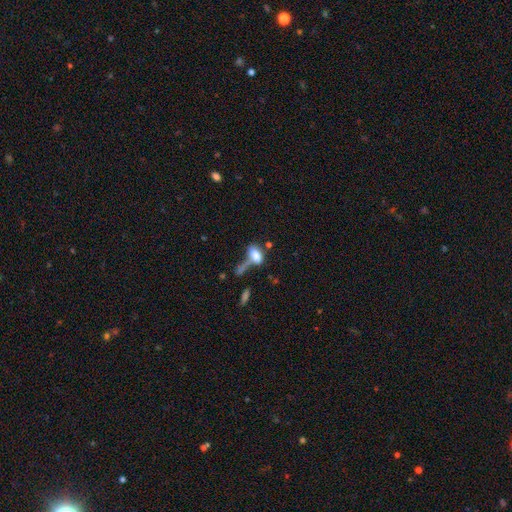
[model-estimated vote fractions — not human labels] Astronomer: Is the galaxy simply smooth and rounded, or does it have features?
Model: smooth — 71%.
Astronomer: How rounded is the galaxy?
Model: in between — 85%.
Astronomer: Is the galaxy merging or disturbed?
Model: merger — 37% (runner-up: none, 26%).